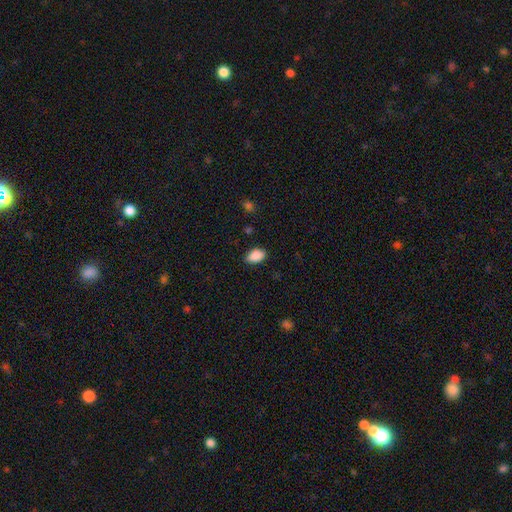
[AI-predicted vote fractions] This is clearly a smooth galaxy (89%). How rounded: clearly in between (88%). Merging: clearly none (82%).